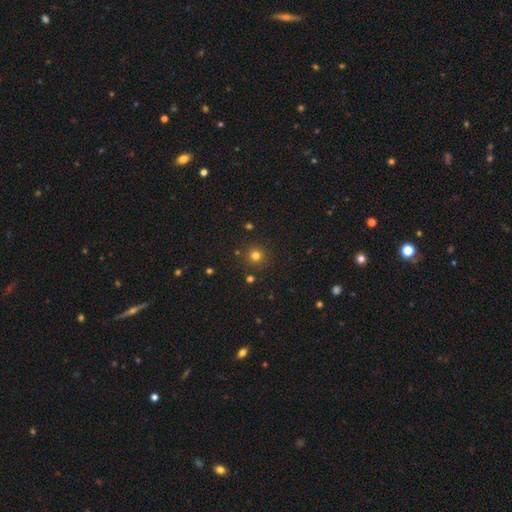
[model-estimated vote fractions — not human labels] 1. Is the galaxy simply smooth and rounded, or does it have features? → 76% smooth, 18% star or artifact, 6% featured or disk.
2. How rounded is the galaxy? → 94% round, 5% in between, 1% cigar-shaped.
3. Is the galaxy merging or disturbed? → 87% none, 7% minor disturbance, 3% merger, 2% major disturbance.